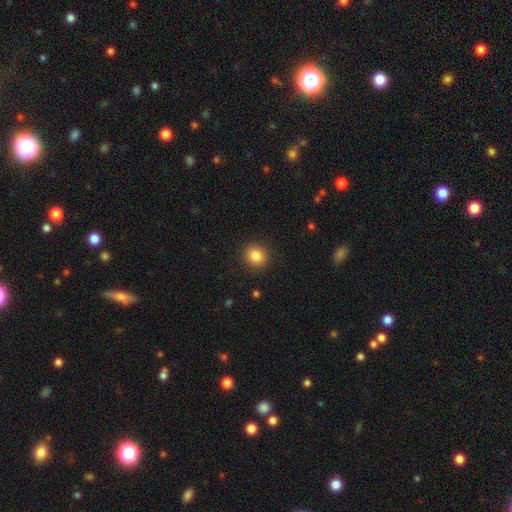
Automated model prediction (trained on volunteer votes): Smooth or featured: smooth — 86% (star or artifact — 10%)
How rounded: round — 86% (in between — 13%)
Merging: none — 91% (minor disturbance — 6%)